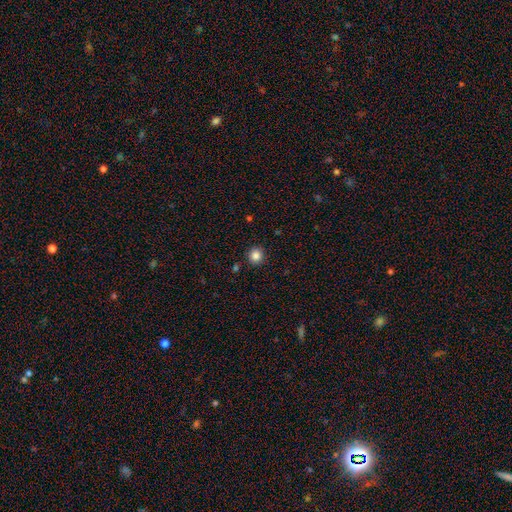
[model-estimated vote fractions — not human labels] smooth 85%, star or artifact 11%, featured or disk 4%. Down the decision tree: how rounded — round (92%); merging — none (91%).